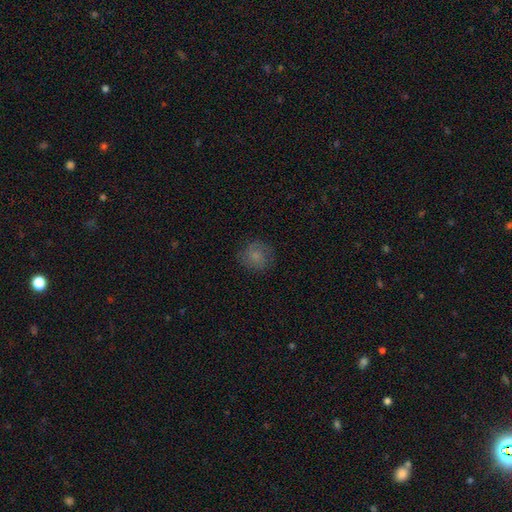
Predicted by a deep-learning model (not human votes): This is likely a smooth galaxy (74%). How rounded: clearly round (85%). Merging: likely none (78%).